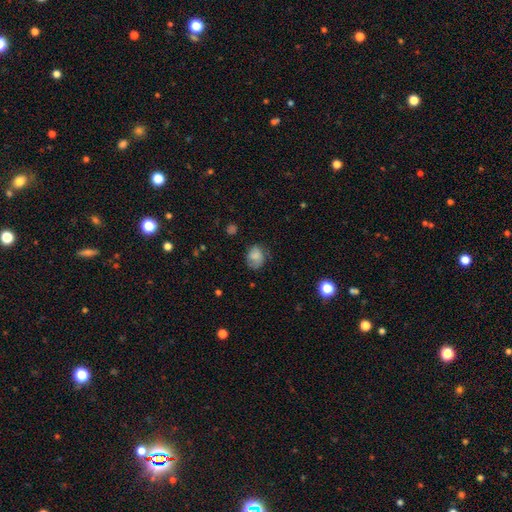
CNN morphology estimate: smooth 76%, featured or disk 14%, star or artifact 9%. Down the decision tree: how rounded — round (51%); merging — none (59%).